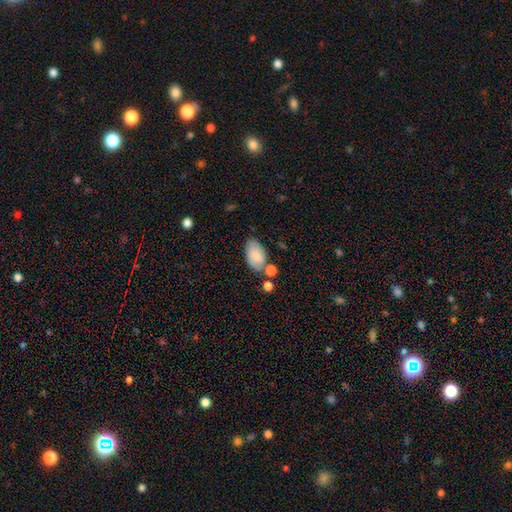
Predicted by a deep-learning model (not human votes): Q: Smooth or featured?
A: smooth (78%); runner-up: featured or disk (14%)
Q: How rounded?
A: in between (94%); runner-up: round (5%)
Q: Merging?
A: none (61%); runner-up: minor disturbance (19%)